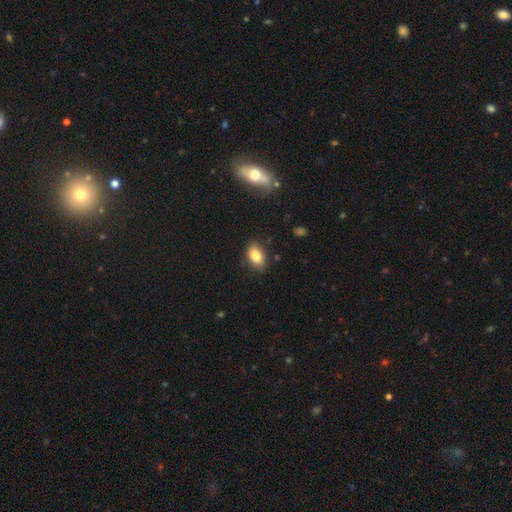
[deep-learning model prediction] smooth_or_featured: smooth (p=0.82) [alt: featured or disk p=0.10]
how_rounded: in between (p=0.89) [alt: round p=0.10]
merging: none (p=0.83) [alt: minor disturbance p=0.13]